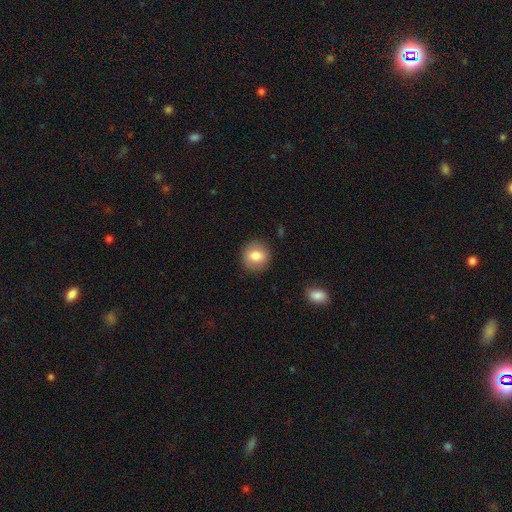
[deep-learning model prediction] Overall: smooth (80%). How rounded: round (87%). Merging: none (89%).